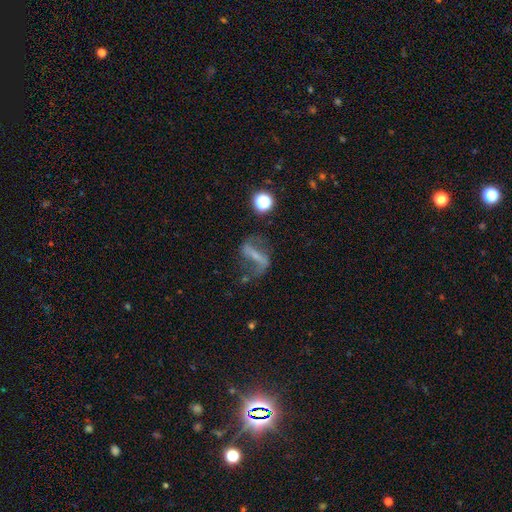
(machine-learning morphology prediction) Smooth or featured? Predicted: featured or disk (p=0.68). Edge-on disk? Predicted: no (p=0.88). Bar? Predicted: strong (p=0.67). Spiral arms? Predicted: yes (p=0.71). Bulge size? Predicted: none (p=0.45). Merging? Predicted: none (p=0.52).